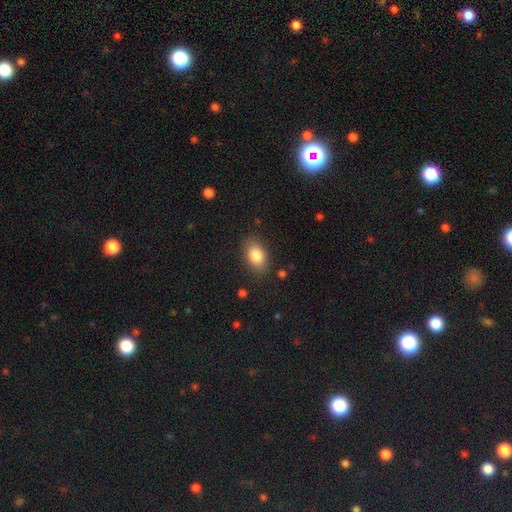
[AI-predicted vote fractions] smooth 83%, featured or disk 9%, star or artifact 8%. Down the decision tree: how rounded — in between (85%); merging — none (84%).